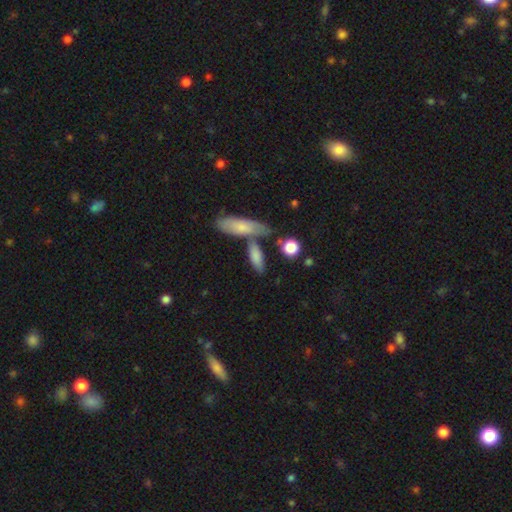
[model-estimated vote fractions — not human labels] smooth-or-featured: smooth: 76% | featured or disk: 17% | star or artifact: 7%
  how-rounded: in between: 54% | cigar-shaped: 41% | round: 5%
  merging: none: 54% | merger: 27% | minor disturbance: 14% | major disturbance: 5%